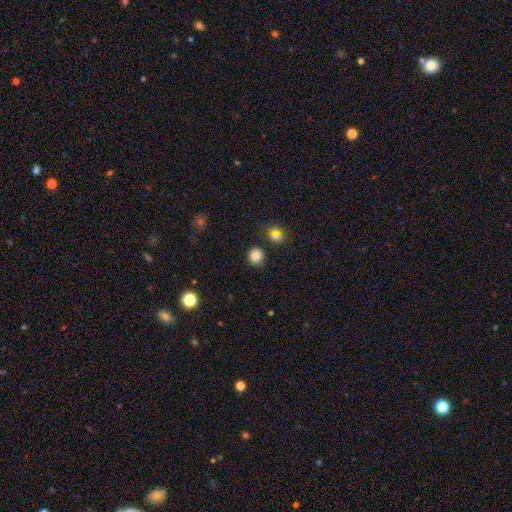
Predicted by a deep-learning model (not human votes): Morphology: type=smooth (81%); roundness=round (89%); merging=none (84%).